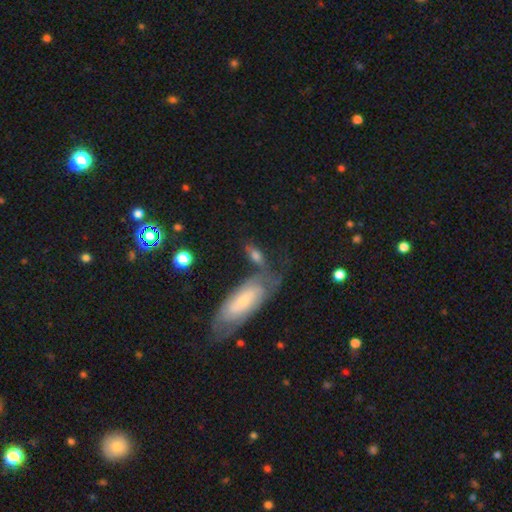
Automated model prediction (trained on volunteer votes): Morphology: type=smooth (55%); roundness=in between (69%); merging=none (46%).